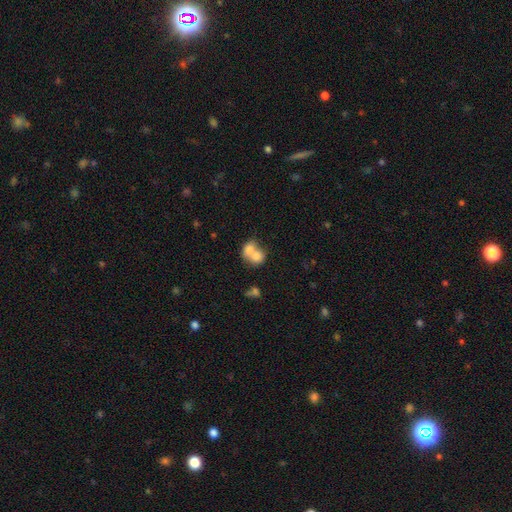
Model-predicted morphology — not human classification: Smooth or featured: smooth — 73% (featured or disk — 19%)
How rounded: round — 54% (in between — 45%)
Merging: merger — 73% (none — 18%)